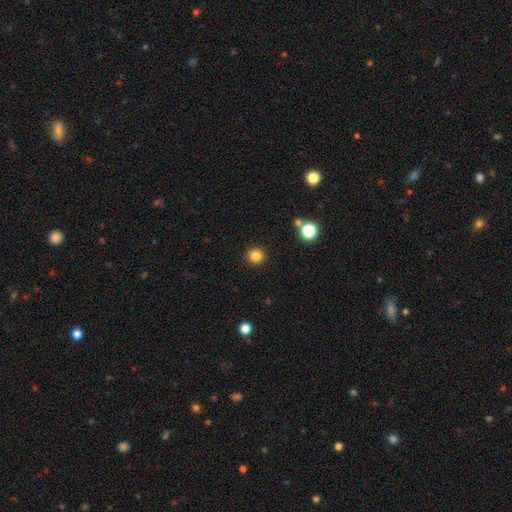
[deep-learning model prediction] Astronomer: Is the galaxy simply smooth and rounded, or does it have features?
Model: smooth — 83%.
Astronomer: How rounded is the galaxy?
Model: round — 94%.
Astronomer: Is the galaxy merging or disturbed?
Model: none — 92%.